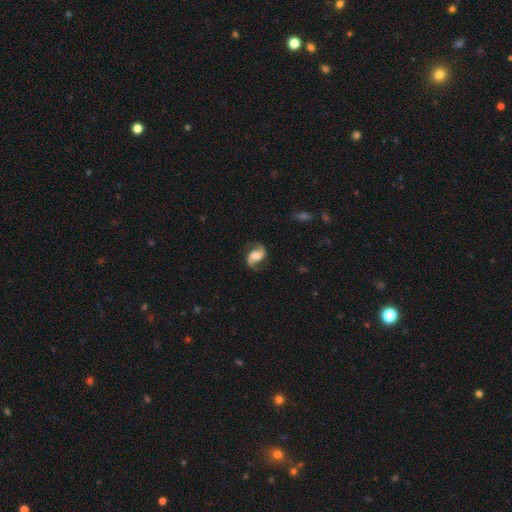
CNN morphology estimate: Q: Smooth or featured?
A: featured or disk (86%); runner-up: smooth (8%)
Q: Edge-on disk?
A: no (98%); runner-up: yes (2%)
Q: Bar?
A: no (47%); runner-up: weak (40%)
Q: Spiral arms?
A: yes (97%); runner-up: no (3%)
Q: Spiral winding?
A: loose (45%); tied with: medium (45%)
Q: Spiral arm count?
A: 2 (93%); runner-up: 1 (2%)
Q: Bulge size?
A: moderate (42%); runner-up: large (30%)
Q: Merging?
A: none (80%); runner-up: minor disturbance (13%)